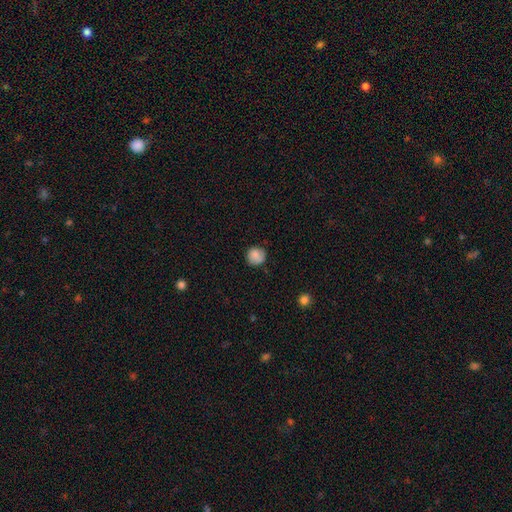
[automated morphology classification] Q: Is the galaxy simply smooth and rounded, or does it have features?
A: smooth — 82%.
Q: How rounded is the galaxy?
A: round — 90%.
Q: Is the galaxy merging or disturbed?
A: none — 81%.